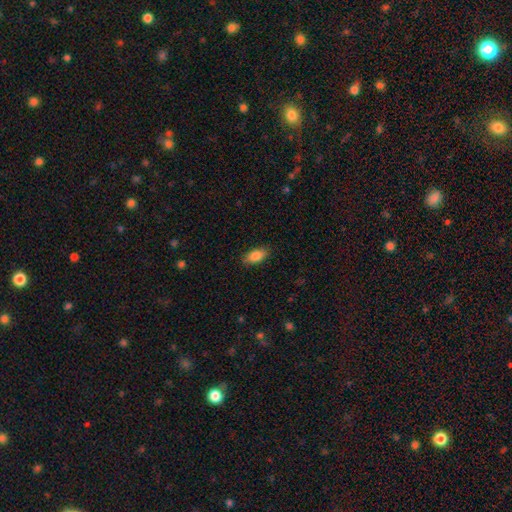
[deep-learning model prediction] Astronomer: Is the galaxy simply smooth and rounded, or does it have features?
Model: smooth — 86%.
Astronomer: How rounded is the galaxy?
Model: in between — 89%.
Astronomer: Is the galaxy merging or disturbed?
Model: none — 87%.